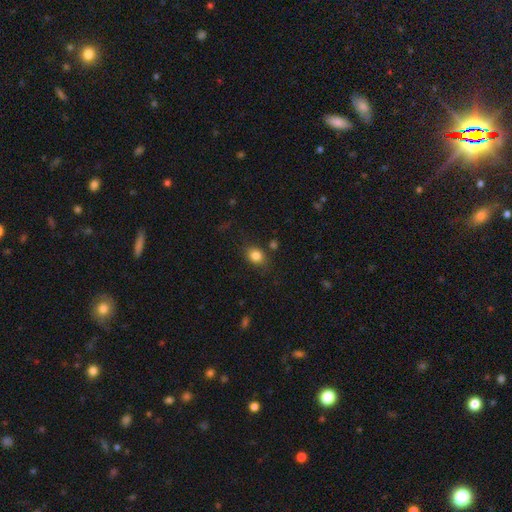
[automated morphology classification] smooth_or_featured: smooth (p=0.83) [alt: star or artifact p=0.10]
how_rounded: in between (p=0.54) [alt: round p=0.45]
merging: none (p=0.77) [alt: minor disturbance p=0.15]